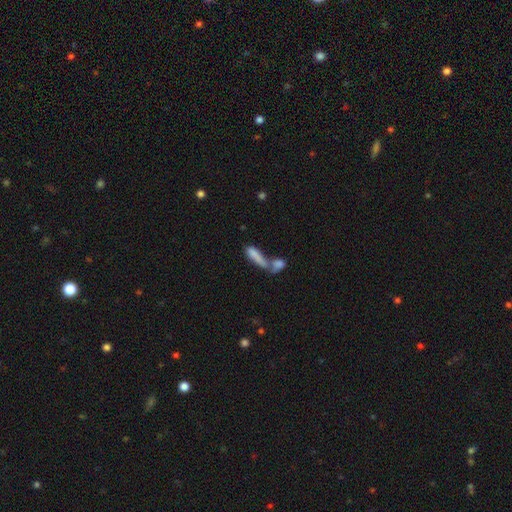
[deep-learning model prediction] A smooth galaxy with no disk features (74%) that is cigar-shaped (55%). Merging: merger (64%).